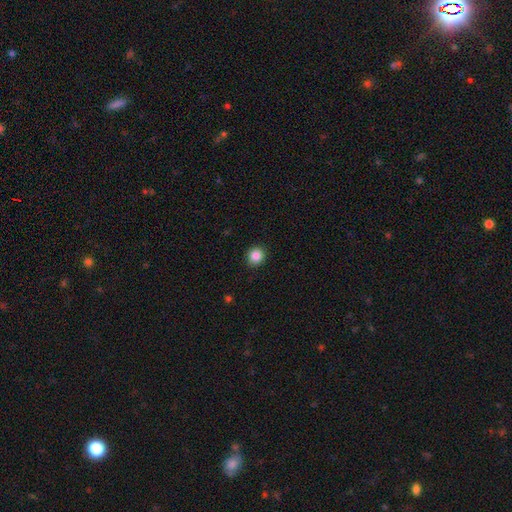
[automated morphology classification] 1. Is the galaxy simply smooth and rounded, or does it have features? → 86% smooth, 10% star or artifact, 4% featured or disk.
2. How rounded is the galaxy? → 89% round, 10% in between, 1% cigar-shaped.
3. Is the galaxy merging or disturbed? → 92% none, 6% minor disturbance, 2% major disturbance, 1% merger.